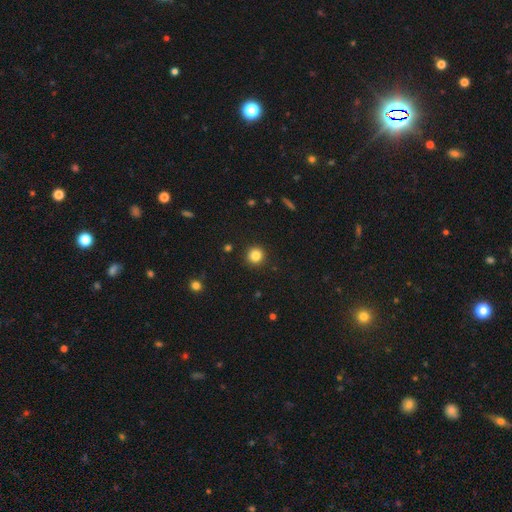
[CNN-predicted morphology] Overall: smooth (84%). How rounded: round (94%). Merging: none (92%).